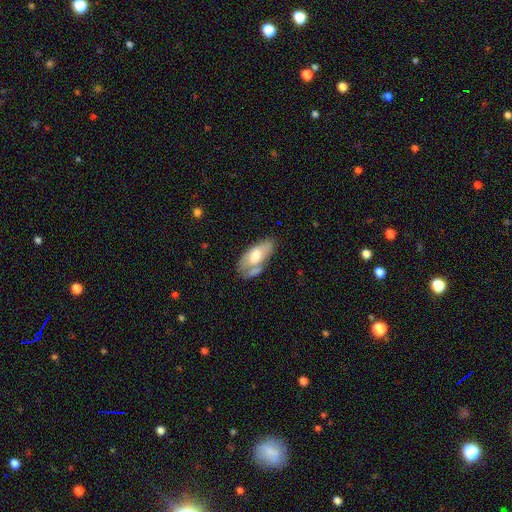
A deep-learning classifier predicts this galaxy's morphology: A smooth galaxy with no disk features (56%) that is in between round and cigar-shaped (87%). Merging: none (43%).